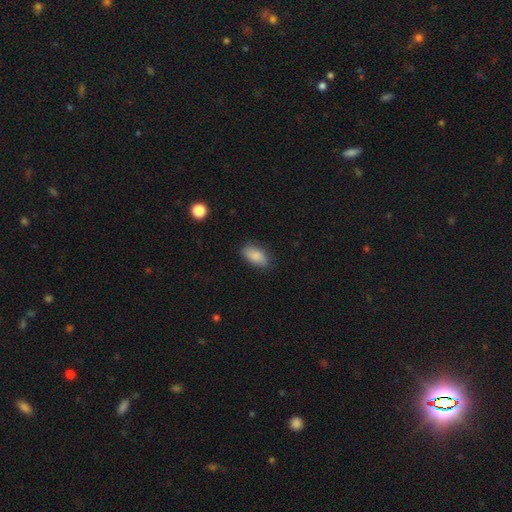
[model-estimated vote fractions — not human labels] smooth_or_featured: smooth (p=0.86) [alt: featured or disk p=0.07]
how_rounded: in between (p=0.92) [alt: cigar-shaped p=0.04]
merging: none (p=0.81) [alt: minor disturbance p=0.15]